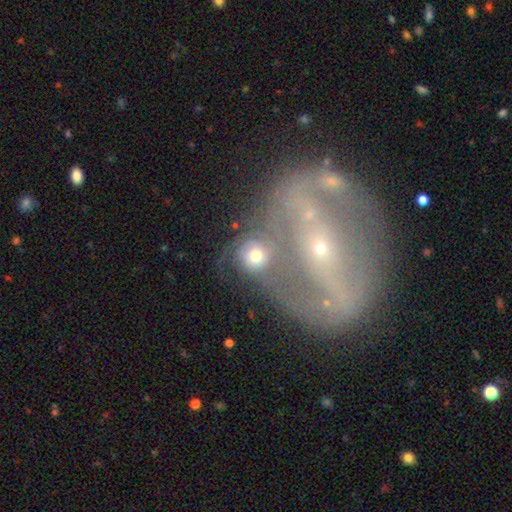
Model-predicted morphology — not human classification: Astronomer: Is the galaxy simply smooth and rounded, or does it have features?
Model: smooth — 45% (runner-up: featured or disk, 42%).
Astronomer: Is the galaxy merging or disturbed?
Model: merger — 41% (runner-up: none, 34%).